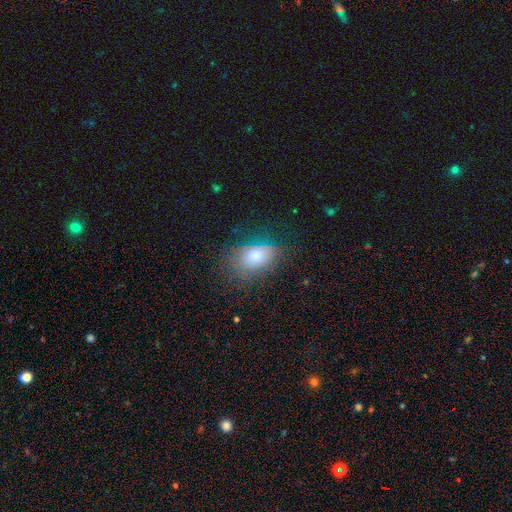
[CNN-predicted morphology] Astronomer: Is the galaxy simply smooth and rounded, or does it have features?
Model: smooth — 72%.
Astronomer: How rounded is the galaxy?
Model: in between — 83%.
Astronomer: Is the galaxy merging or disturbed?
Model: none — 66%.